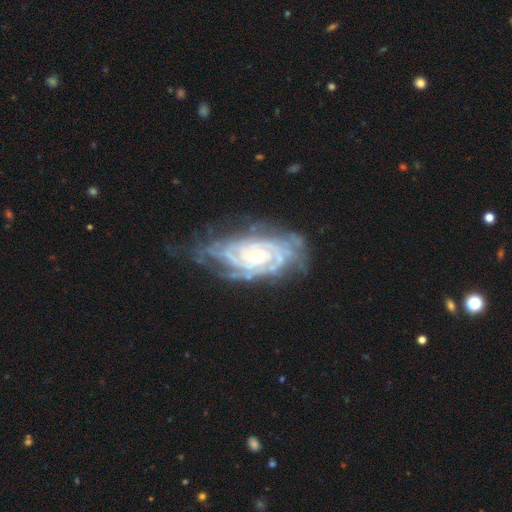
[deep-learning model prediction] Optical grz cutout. It shows a featured or disk galaxy (90%) with no bar (73%), tight (78%) spiral arms (97%) and a small central bulge (56%). Merging: none (63%).